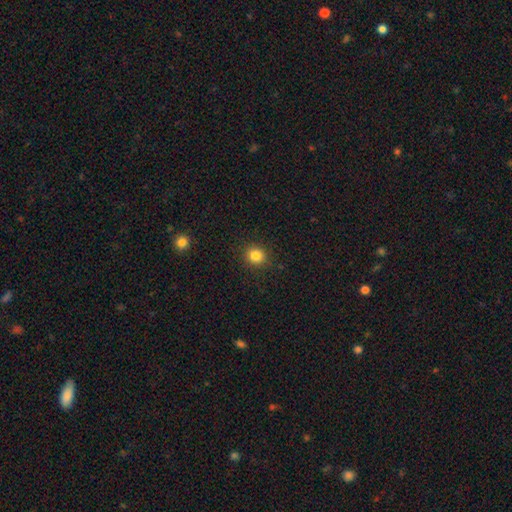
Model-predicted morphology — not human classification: smooth 84%, star or artifact 11%, featured or disk 5%. Down the decision tree: how rounded — round (87%); merging — none (90%).